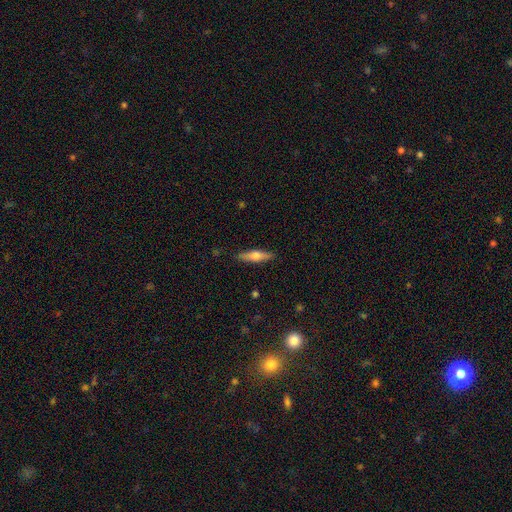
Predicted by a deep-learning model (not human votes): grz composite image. It shows a smooth galaxy with no disk features (48%). Merging: none (89%).